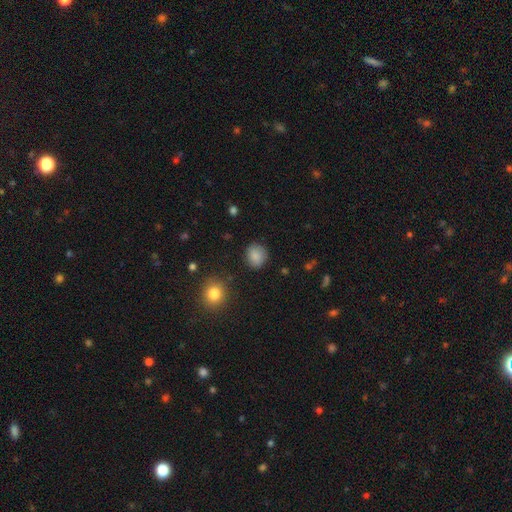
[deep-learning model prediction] Q: Smooth or featured?
A: smooth (87%); runner-up: star or artifact (9%)
Q: How rounded?
A: round (75%); runner-up: in between (24%)
Q: Merging?
A: none (84%); runner-up: minor disturbance (11%)